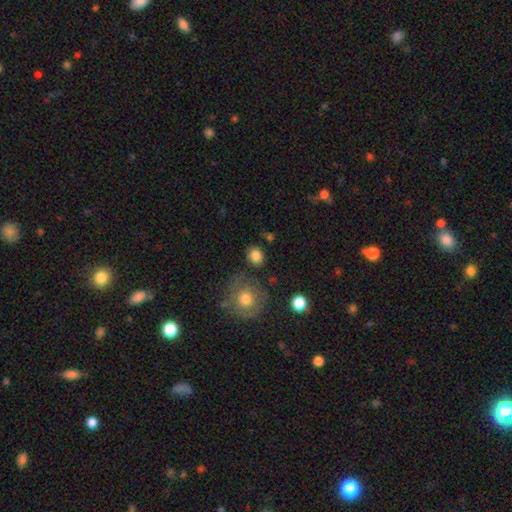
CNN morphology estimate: Smooth or featured: smooth — 83% (star or artifact — 10%)
How rounded: round — 73% (in between — 26%)
Merging: none — 81% (minor disturbance — 11%)